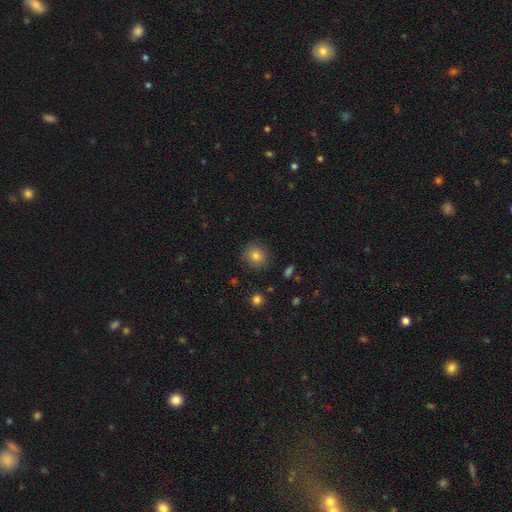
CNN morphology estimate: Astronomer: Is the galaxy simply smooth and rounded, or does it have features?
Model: smooth — 81%.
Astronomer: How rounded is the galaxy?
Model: round — 87%.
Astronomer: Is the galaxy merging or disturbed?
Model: none — 88%.